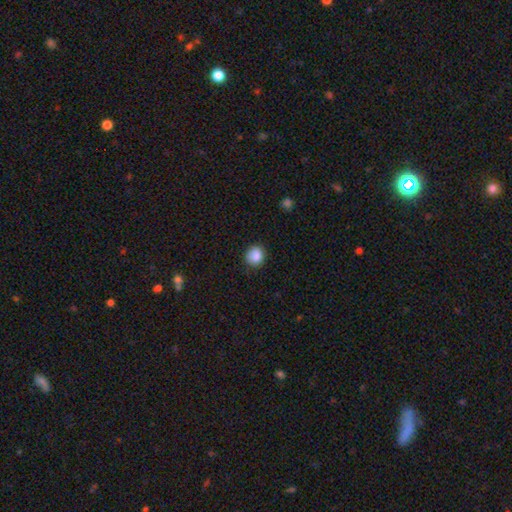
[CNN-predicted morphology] smooth_or_featured: smooth (p=0.86) [alt: star or artifact p=0.09]
how_rounded: round (p=0.77) [alt: in between p=0.22]
merging: none (p=0.81) [alt: minor disturbance p=0.15]